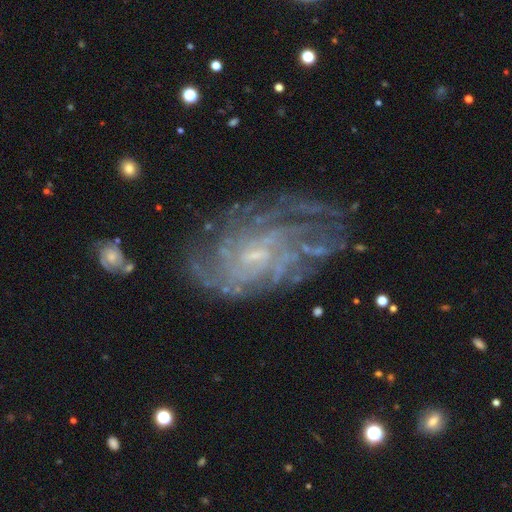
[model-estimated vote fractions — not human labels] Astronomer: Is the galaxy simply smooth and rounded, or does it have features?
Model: featured or disk — 85%.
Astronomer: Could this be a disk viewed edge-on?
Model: no — 97%.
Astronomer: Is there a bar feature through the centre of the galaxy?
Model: no — 54% (runner-up: weak, 38%).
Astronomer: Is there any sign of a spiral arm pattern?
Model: yes — 94%.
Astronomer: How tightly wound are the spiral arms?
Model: tight — 66%.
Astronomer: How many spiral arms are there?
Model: can't tell — 40% (runner-up: 4, 17%).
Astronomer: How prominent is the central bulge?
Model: small — 71%.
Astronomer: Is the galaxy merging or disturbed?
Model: none — 68%.